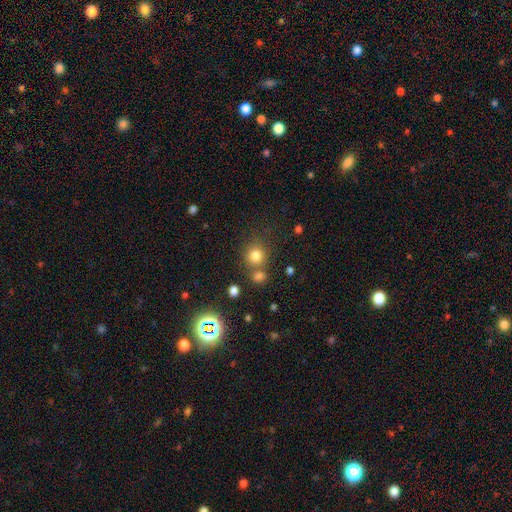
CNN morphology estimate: Overall: smooth (78%). How rounded: round (86%). Merging: none (63%).